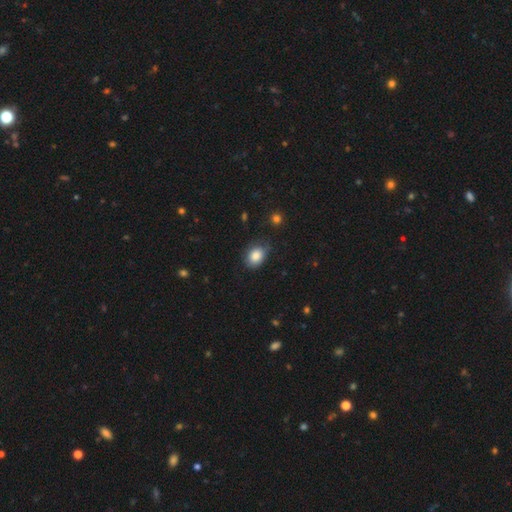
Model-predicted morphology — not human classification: type=smooth (84%); roundness=in between (74%); merging=none (67%).